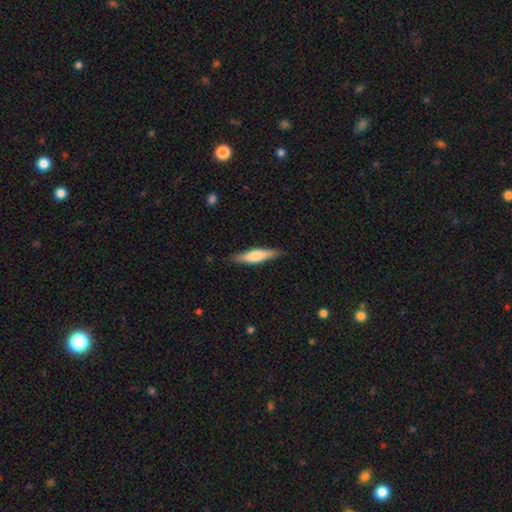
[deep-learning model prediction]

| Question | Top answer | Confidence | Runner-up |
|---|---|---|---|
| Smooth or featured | smooth | 64% | featured or disk (31%) |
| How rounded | cigar-shaped | 77% | in between (22%) |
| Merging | none | 86% | minor disturbance (11%) |